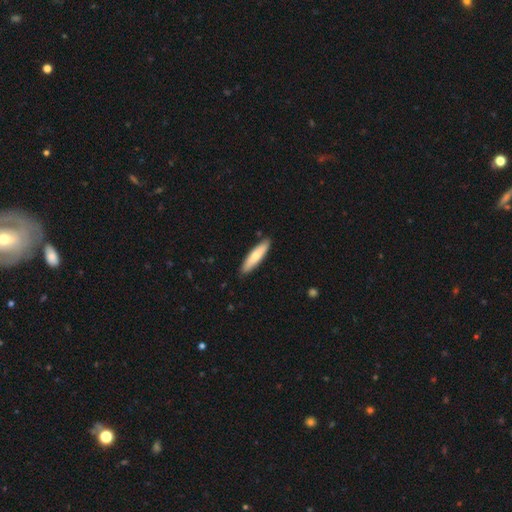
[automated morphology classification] Smooth or featured? Predicted: smooth (p=0.70). How rounded? Predicted: cigar-shaped (p=0.76). Merging? Predicted: none (p=0.89).